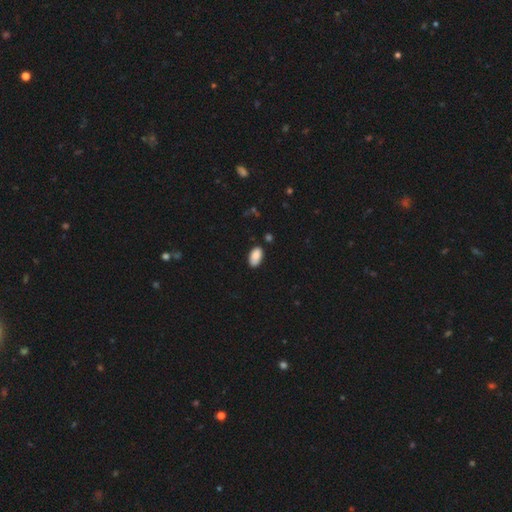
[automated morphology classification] smooth-or-featured: smooth: 88% | star or artifact: 7% | featured or disk: 5%
  how-rounded: in between: 95% | round: 3% | cigar-shaped: 2%
  merging: none: 79% | minor disturbance: 16% | major disturbance: 3% | merger: 2%